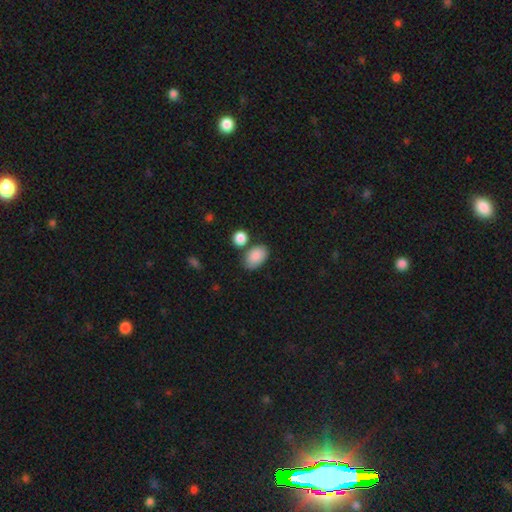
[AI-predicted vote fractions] This is clearly a smooth galaxy (87%). How rounded: clearly in between (89%). Merging: likely none (67%).